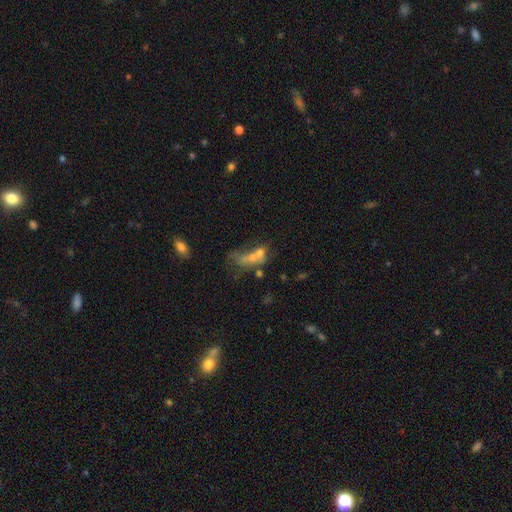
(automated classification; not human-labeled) Smooth or featured: smooth — 46% (featured or disk — 37%)
Merging: merger — 46% (major disturbance — 27%)